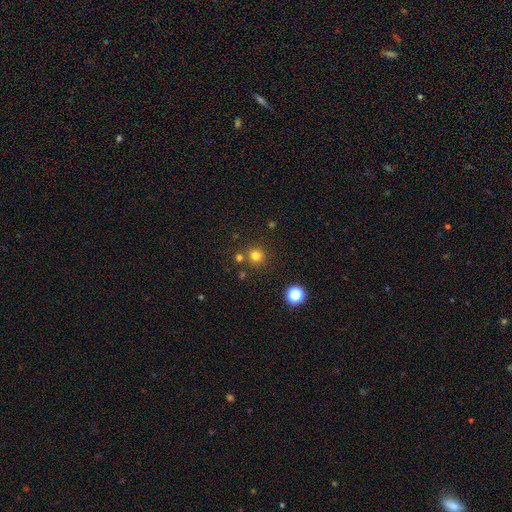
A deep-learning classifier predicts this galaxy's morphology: Smooth or featured?
  - smooth: 76% *
  - star or artifact: 18%
  - featured or disk: 6%
How rounded?
  - round: 94% *
  - in between: 5%
  - cigar-shaped: 1%
Merging?
  - none: 80% *
  - merger: 10%
  - minor disturbance: 7%
  - major disturbance: 3%